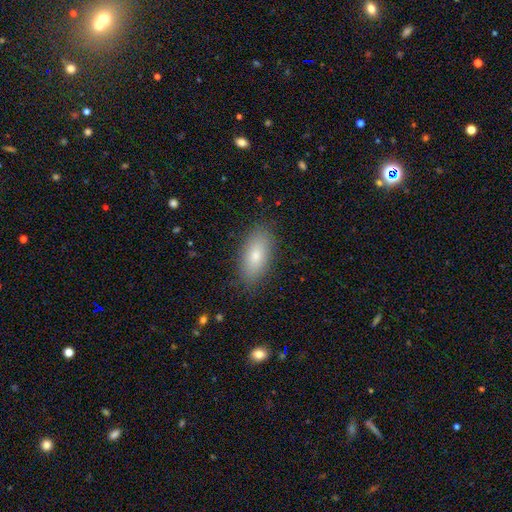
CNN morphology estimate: type=smooth (79%); roundness=in between (88%); merging=none (86%).